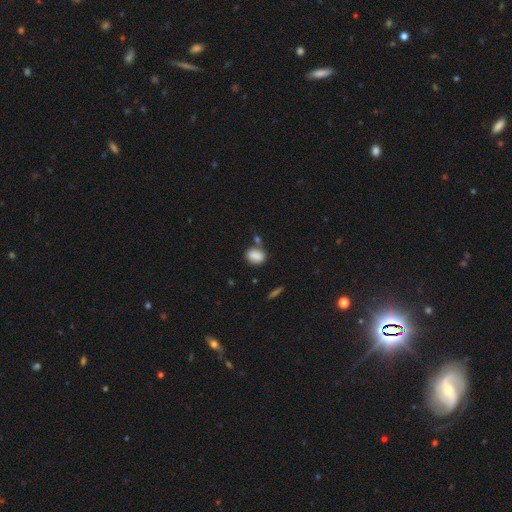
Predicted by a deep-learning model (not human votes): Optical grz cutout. It shows a smooth galaxy with no disk features (87%) that is in between round and cigar-shaped (65%). Merging: none (68%).